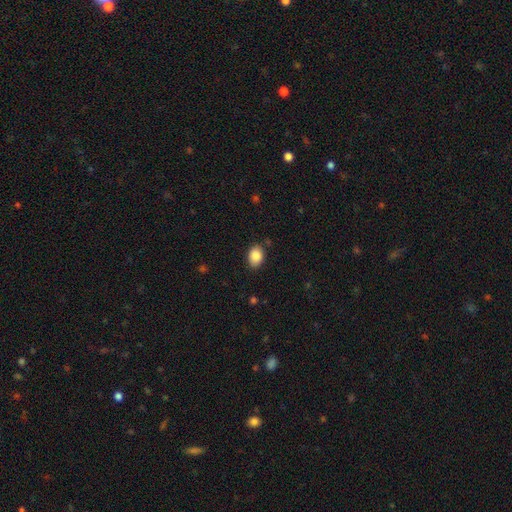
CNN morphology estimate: The model was most divided on "how rounded": in between: 78%, round: 21%, cigar-shaped: 1%. More confident: smooth or featured — smooth (88%); merging — none (82%).